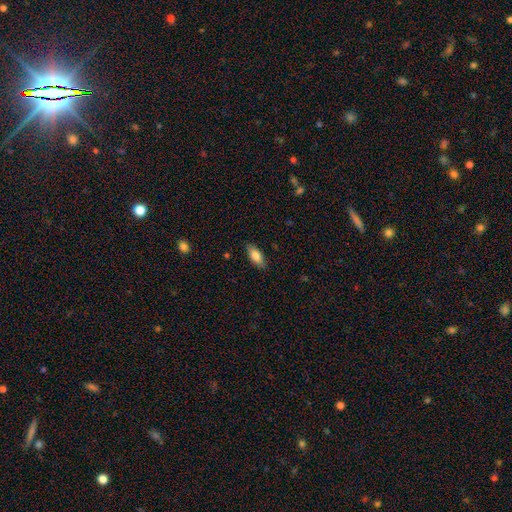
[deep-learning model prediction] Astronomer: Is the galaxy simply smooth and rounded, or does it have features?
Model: smooth — 80%.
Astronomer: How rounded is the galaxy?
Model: in between — 80%.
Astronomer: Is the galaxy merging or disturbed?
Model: none — 84%.